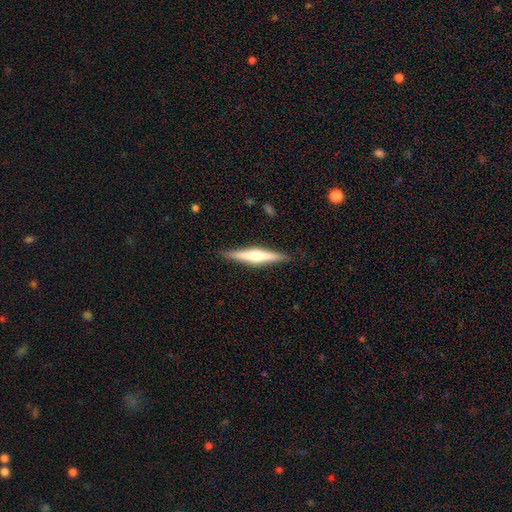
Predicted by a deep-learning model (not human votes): A featured or disk galaxy (64%) viewed edge-on (97%) with a rounded central bulge (89%).

Vote fractions:
- Smooth or featured? featured or disk: 64% / smooth: 31% / star or artifact: 5%
- Edge-on disk? yes: 97% / no: 3%
- Edge-on bulge? rounded: 89% / none: 6% / boxy: 5%
- Merging? none: 90% / minor disturbance: 8% / major disturbance: 2% / merger: 1%